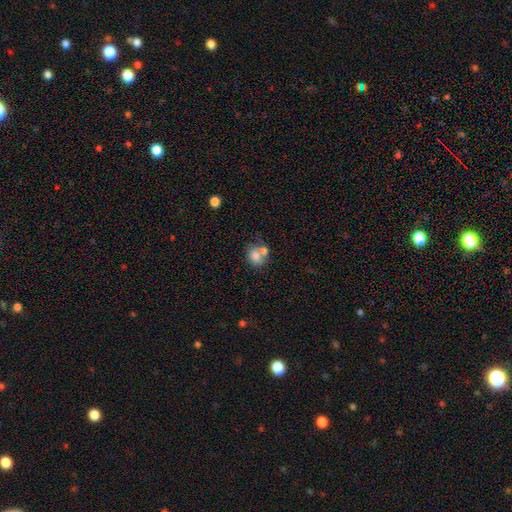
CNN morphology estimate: smooth_or_featured: smooth (p=0.76) [alt: featured or disk p=0.14]
how_rounded: round (p=0.51) [alt: in between p=0.48]
merging: merger (p=0.45) [alt: none p=0.35]